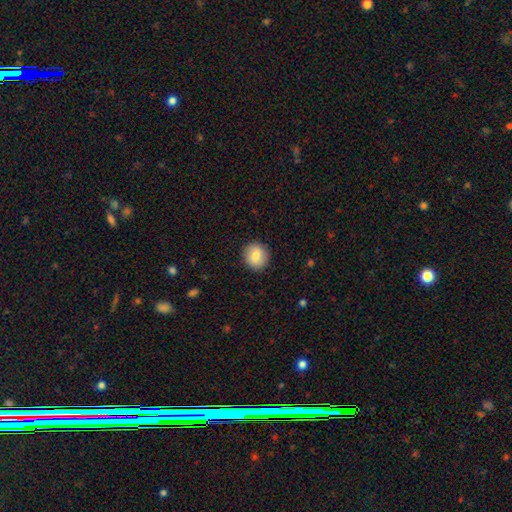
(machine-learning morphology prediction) A smooth galaxy with no disk features (80%) that is round (91%).

Vote fractions:
- Smooth or featured? smooth: 80% / featured or disk: 12% / star or artifact: 8%
- How rounded? round: 91% / in between: 8% / cigar-shaped: 1%
- Merging? none: 90% / minor disturbance: 7% / major disturbance: 2% / merger: 1%